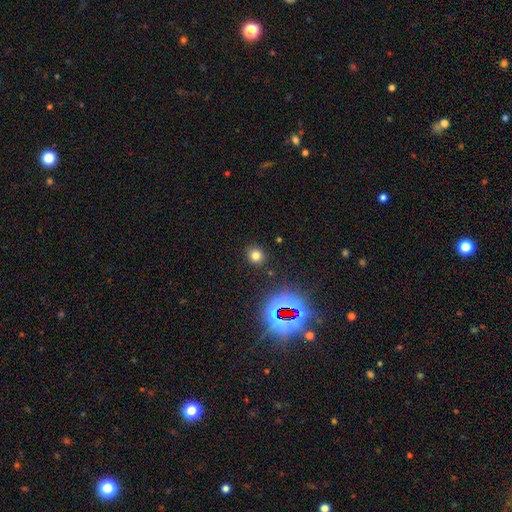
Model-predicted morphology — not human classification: The model was most divided on "smooth or featured": smooth: 74%, star or artifact: 20%, featured or disk: 7%. More confident: merging — none (89%); how rounded — round (86%).